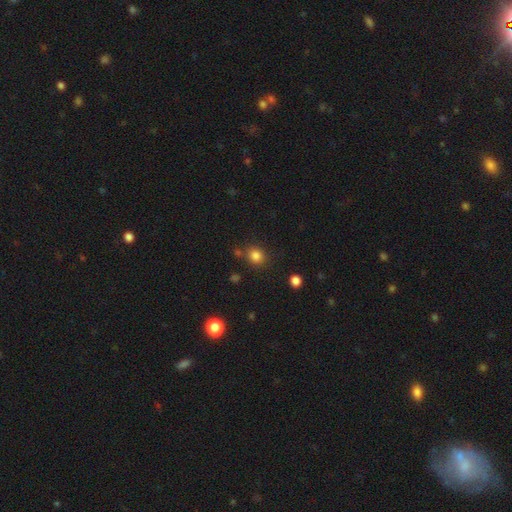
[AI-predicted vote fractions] smooth-or-featured: smooth: 82% | star or artifact: 13% | featured or disk: 5%
  how-rounded: round: 77% | in between: 22% | cigar-shaped: 1%
  merging: none: 79% | minor disturbance: 10% | merger: 7% | major disturbance: 4%